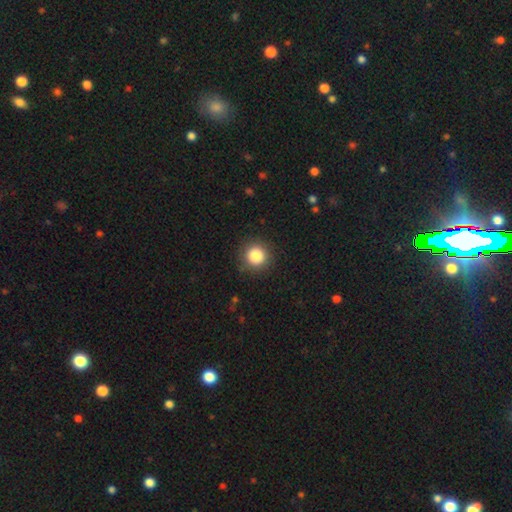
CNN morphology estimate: Smooth or featured?
  - smooth: 84% *
  - star or artifact: 11%
  - featured or disk: 5%
How rounded?
  - round: 94% *
  - in between: 5%
  - cigar-shaped: 1%
Merging?
  - none: 89% *
  - minor disturbance: 7%
  - major disturbance: 3%
  - merger: 1%